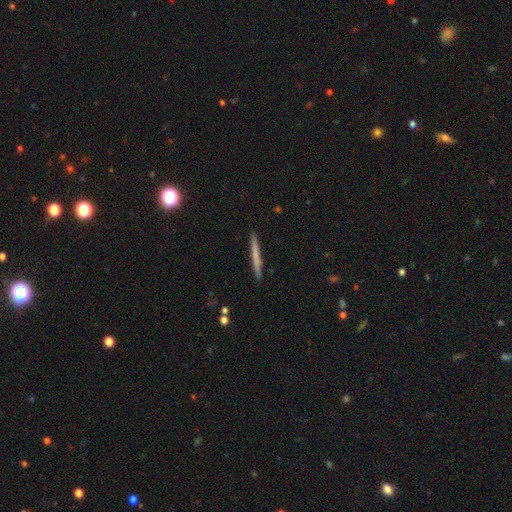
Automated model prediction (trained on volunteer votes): This is possibly a smooth galaxy (59%). How rounded: clearly cigar-shaped (97%). Merging: clearly none (92%).